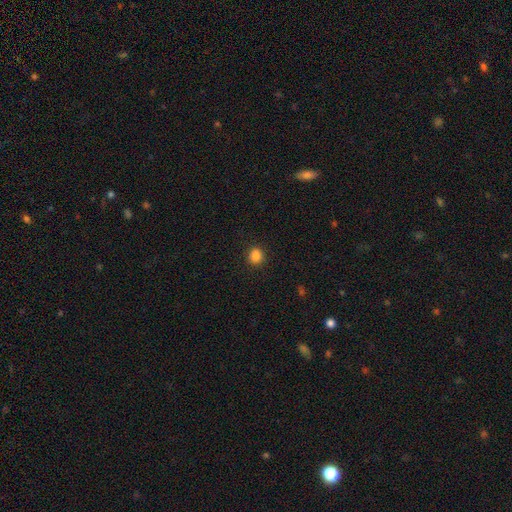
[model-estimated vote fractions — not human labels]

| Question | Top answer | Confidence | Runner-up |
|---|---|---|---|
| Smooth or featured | smooth | 86% | star or artifact (11%) |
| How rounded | round | 74% | in between (25%) |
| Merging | none | 90% | minor disturbance (7%) |